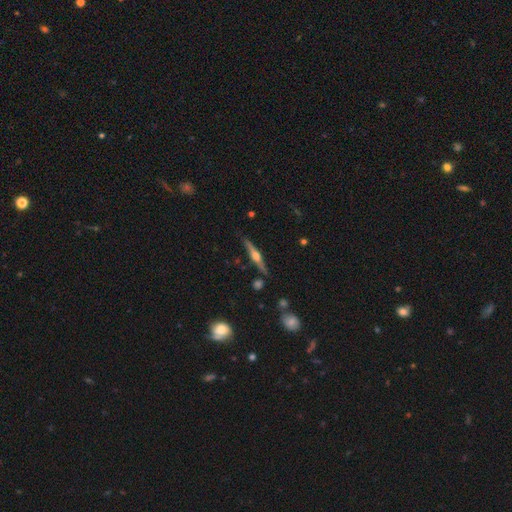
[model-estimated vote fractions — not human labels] Smooth or featured: featured or disk — 78% (smooth — 17%)
Edge-on disk: yes — 98% (no — 2%)
Edge-on bulge: rounded — 93% (boxy — 4%)
Merging: none — 87% (minor disturbance — 9%)